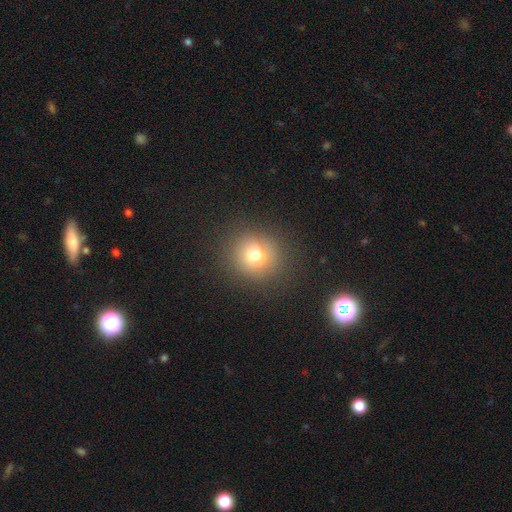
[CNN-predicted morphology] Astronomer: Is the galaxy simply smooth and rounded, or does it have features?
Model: smooth — 72%.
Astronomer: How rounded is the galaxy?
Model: round — 84%.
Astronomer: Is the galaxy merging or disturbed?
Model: none — 83%.